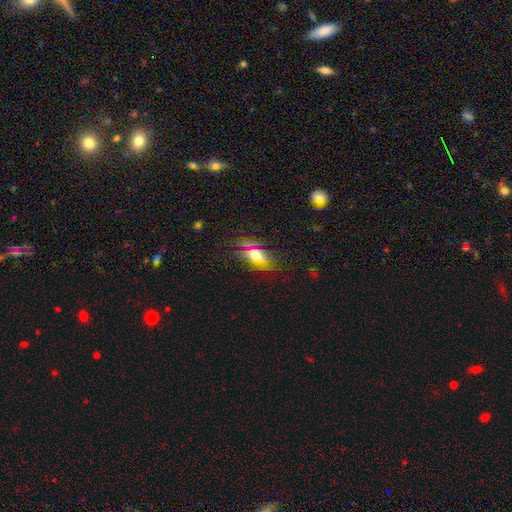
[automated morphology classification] smooth_or_featured: smooth (p=0.62) [alt: star or artifact p=0.19]
how_rounded: in between (p=0.81) [alt: round p=0.11]
merging: none (p=0.79) [alt: minor disturbance p=0.15]